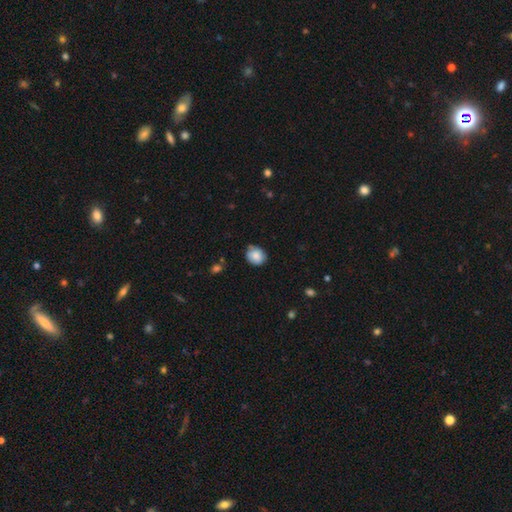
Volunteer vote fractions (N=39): Overall: smooth (90%). How rounded: round (71%). Merging: none (72%).